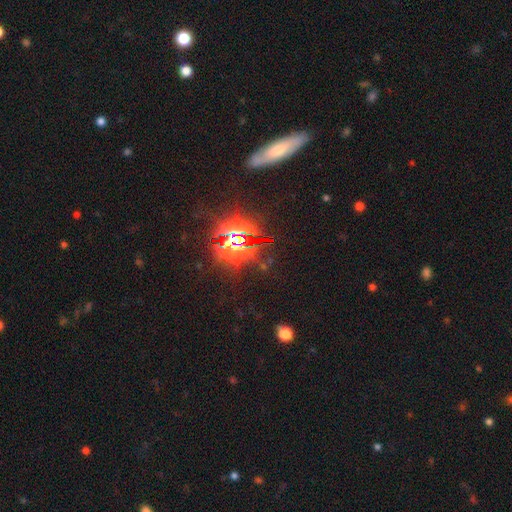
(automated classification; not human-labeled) A star or artifact, not a galaxy (78%).